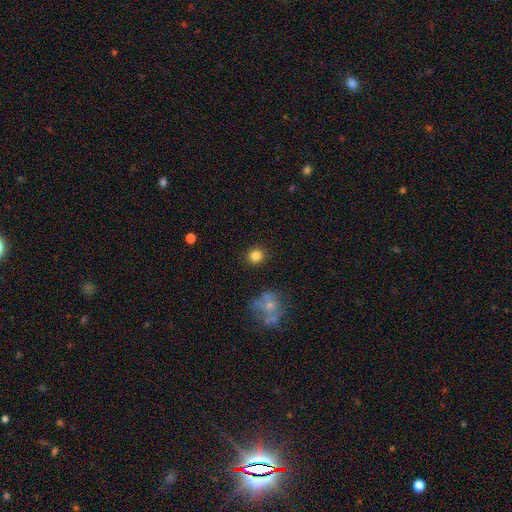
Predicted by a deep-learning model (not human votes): Smooth or featured? Predicted: smooth (p=0.83). How rounded? Predicted: round (p=0.90). Merging? Predicted: none (p=0.88).